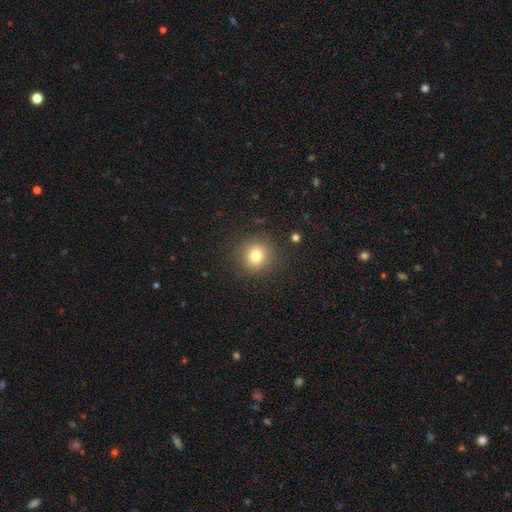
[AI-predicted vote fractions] A smooth galaxy with no disk features (78%) that is round (92%). Merging: none (89%).